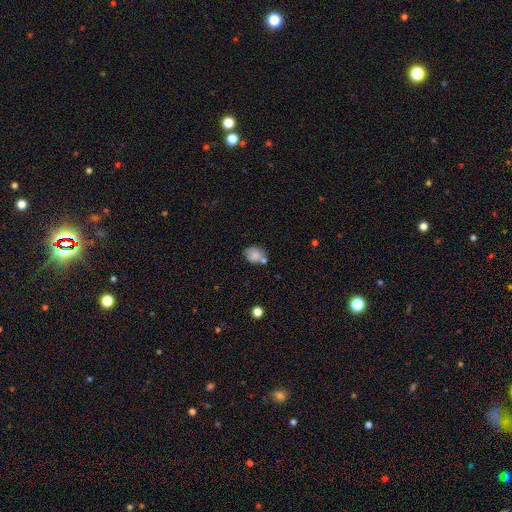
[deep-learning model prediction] smooth 79%, featured or disk 12%, star or artifact 9%. Down the decision tree: how rounded — round (54%); merging — none (57%).